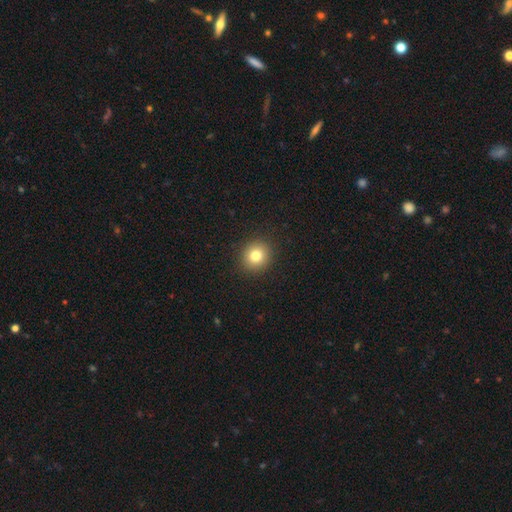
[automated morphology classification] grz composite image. It shows a smooth galaxy with no disk features (80%) that is round (86%). Merging: none (91%).